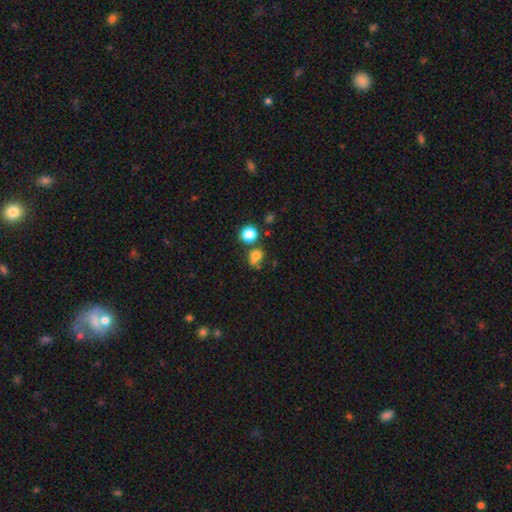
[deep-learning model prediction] Q: Smooth or featured?
A: smooth (74%); runner-up: star or artifact (17%)
Q: How rounded?
A: round (72%); runner-up: in between (27%)
Q: Merging?
A: none (51%); runner-up: merger (29%)